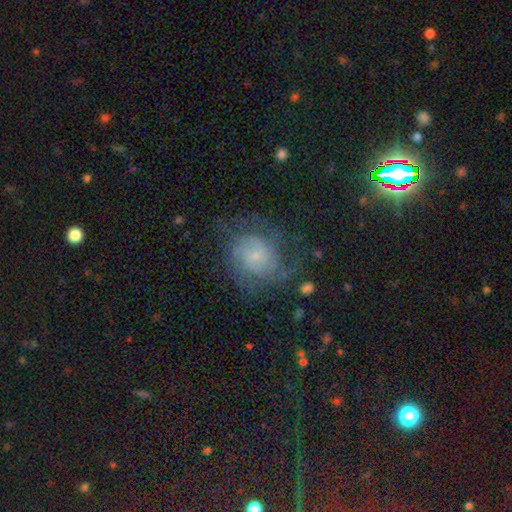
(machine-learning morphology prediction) Smooth or featured? Predicted: featured or disk (p=0.66). Edge-on disk? Predicted: no (p=0.98). Bar? Predicted: no (p=0.68). Spiral arms? Predicted: yes (p=0.88). Spiral winding? Predicted: medium (p=0.43). Spiral arm count? Predicted: can't tell (p=0.36). Bulge size? Predicted: small (p=0.73). Merging? Predicted: none (p=0.59).